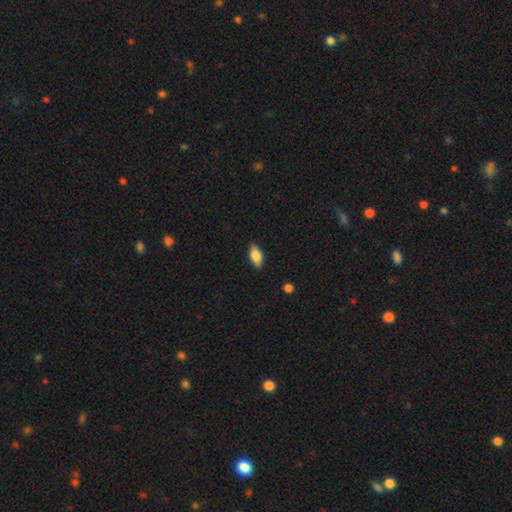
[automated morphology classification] Smooth or featured? Predicted: smooth (p=0.79). How rounded? Predicted: in between (p=0.88). Merging? Predicted: none (p=0.86).